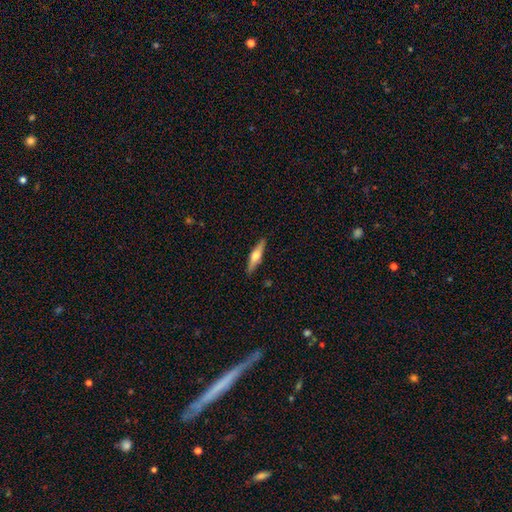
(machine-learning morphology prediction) A featured or disk galaxy (54%) viewed edge-on (95%) with a rounded central bulge (92%). Merging: none (89%).